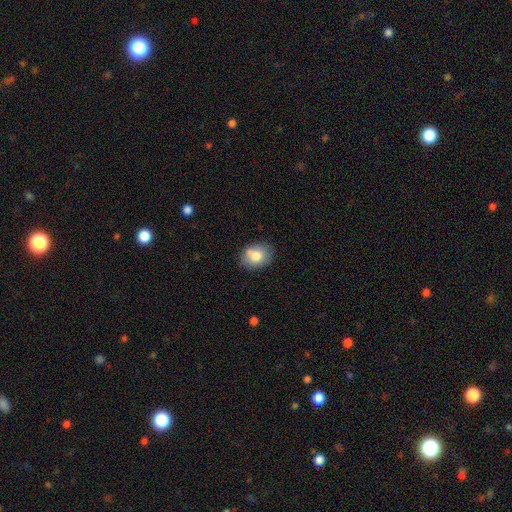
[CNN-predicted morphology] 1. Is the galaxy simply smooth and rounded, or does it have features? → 78% smooth, 15% featured or disk, 8% star or artifact.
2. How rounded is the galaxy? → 60% in between, 39% round, 1% cigar-shaped.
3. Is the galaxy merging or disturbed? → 74% none, 17% minor disturbance, 6% merger, 4% major disturbance.